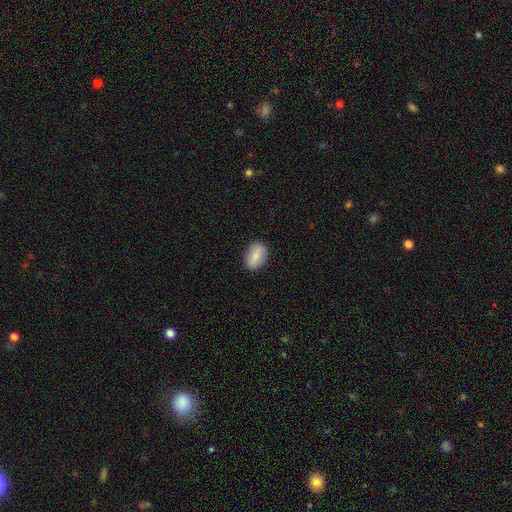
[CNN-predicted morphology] Overall: smooth (79%). How rounded: in between (84%). Merging: none (88%).